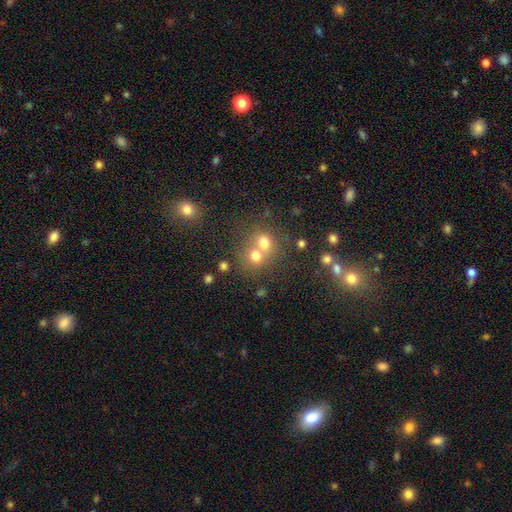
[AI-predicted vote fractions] The model was most divided on "merging": merger: 54%, none: 36%, minor disturbance: 6%, major disturbance: 3%. More confident: how rounded — round (77%); smooth or featured — smooth (69%).